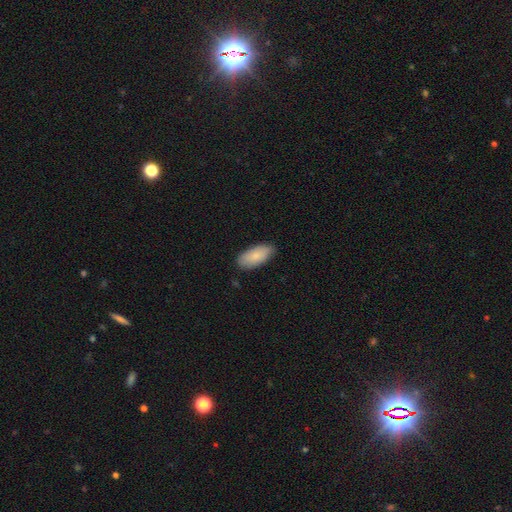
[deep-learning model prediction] Overall: smooth (83%). How rounded: in between (91%). Merging: none (83%).